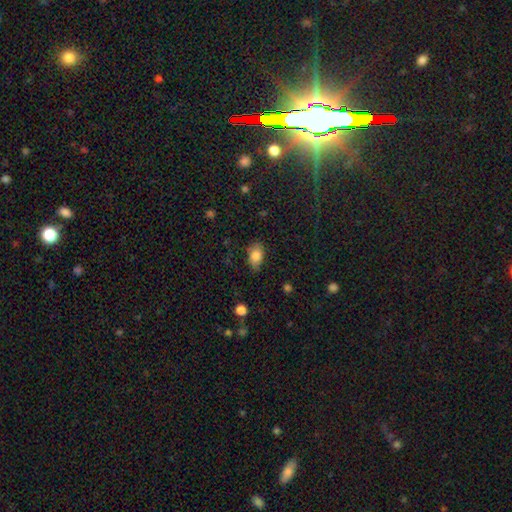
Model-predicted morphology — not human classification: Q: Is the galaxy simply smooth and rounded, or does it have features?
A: smooth — 82%.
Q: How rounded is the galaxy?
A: in between — 88%.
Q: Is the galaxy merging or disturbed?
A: none — 74%.